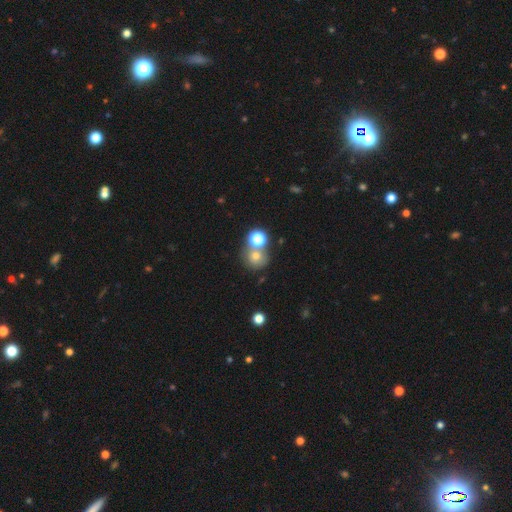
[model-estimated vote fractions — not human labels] The model was most divided on "merging": none: 53%, merger: 32%, minor disturbance: 10%, major disturbance: 5%. More confident: how rounded — round (86%); smooth or featured — smooth (68%).